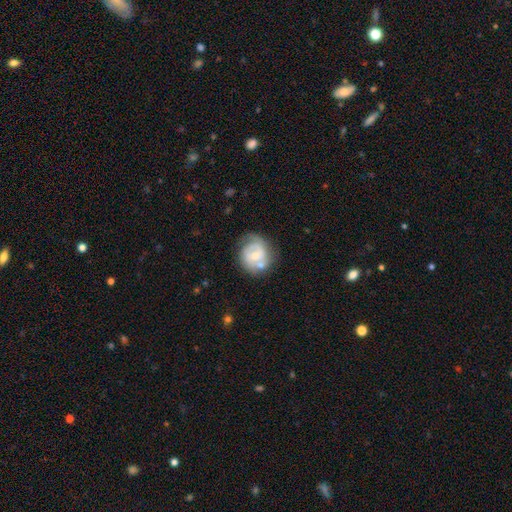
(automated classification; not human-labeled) featured or disk 59%, smooth 35%, star or artifact 6%. Down the decision tree: edge-on disk — no (97%); bar — no (56%); spiral arms — yes (69%); bulge size — moderate (50%); merging — none (56%).